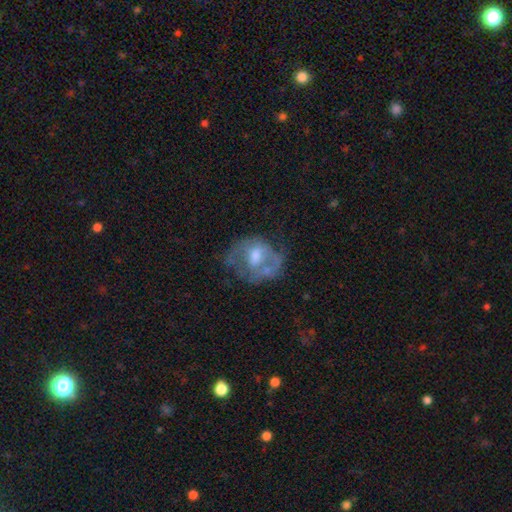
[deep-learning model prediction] A featured or disk galaxy (61%) with no bar (56%), no spiral arms (60%) and a moderate central bulge (57%). Merging: none (46%).